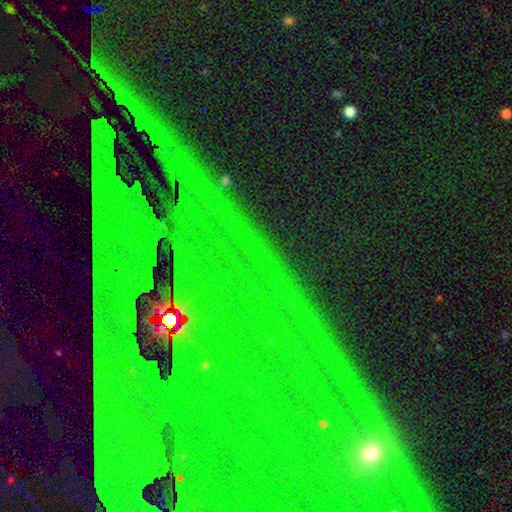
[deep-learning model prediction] Morphology: type=star or artifact (84%).